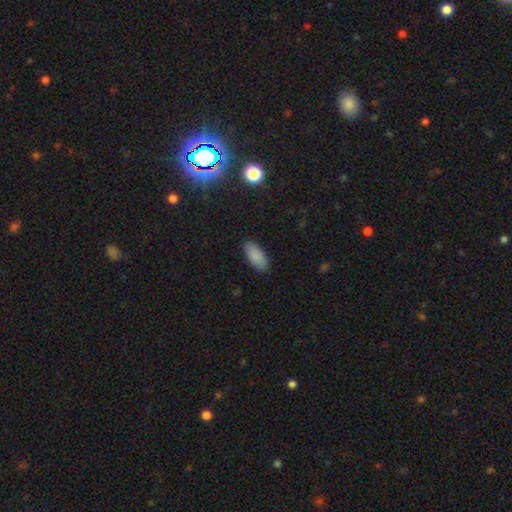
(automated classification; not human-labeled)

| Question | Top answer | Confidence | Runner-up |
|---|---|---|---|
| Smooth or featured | smooth | 89% | star or artifact (7%) |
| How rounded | in between | 90% | cigar-shaped (8%) |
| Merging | none | 88% | minor disturbance (9%) |